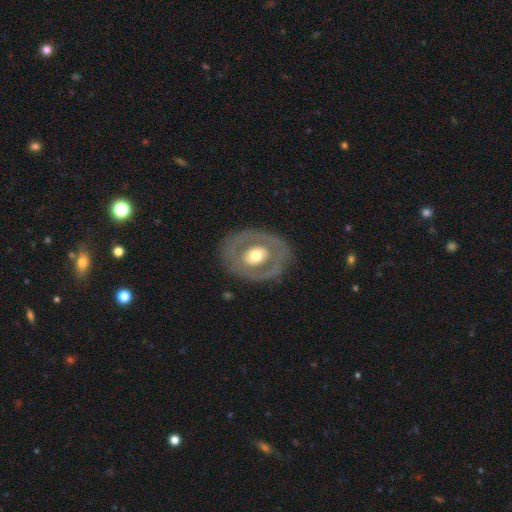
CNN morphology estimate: type=featured or disk (61%); edge-on=no (94%); bar=no (74%); spiral arms=no (82%); bulge=moderate (64%); merging=none (78%).